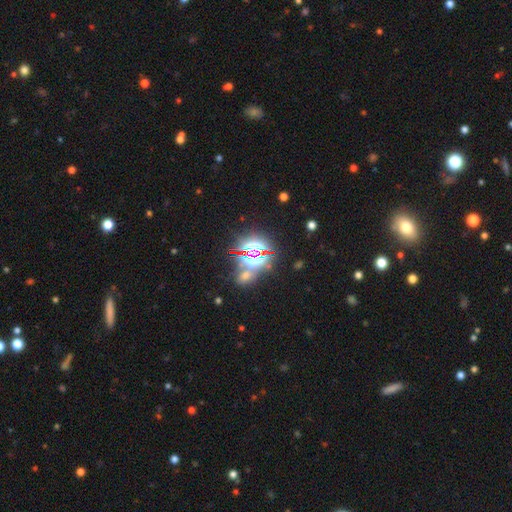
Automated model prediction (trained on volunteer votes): Smooth or featured?
  - star or artifact: 78% *
  - smooth: 14%
  - featured or disk: 8%